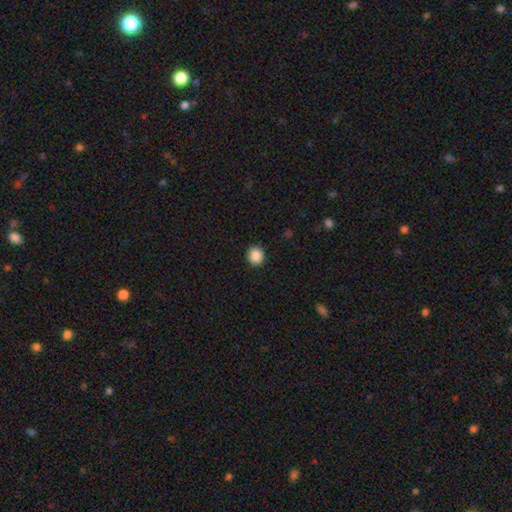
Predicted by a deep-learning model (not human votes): Smooth or featured? Predicted: smooth (p=0.88). How rounded? Predicted: round (p=0.89). Merging? Predicted: none (p=0.92).